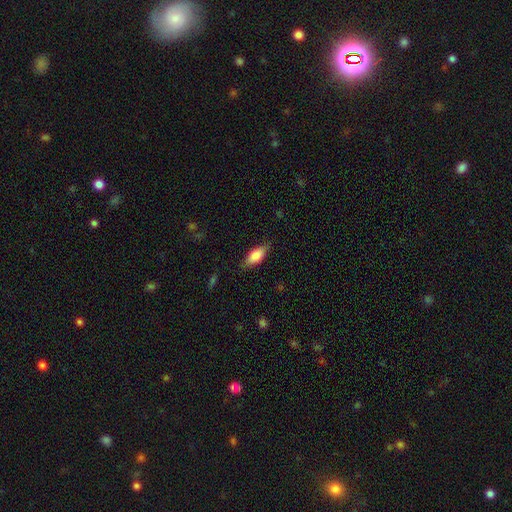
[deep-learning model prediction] Q: Smooth or featured?
A: smooth (77%); runner-up: featured or disk (17%)
Q: How rounded?
A: in between (81%); runner-up: cigar-shaped (16%)
Q: Merging?
A: none (80%); runner-up: minor disturbance (16%)